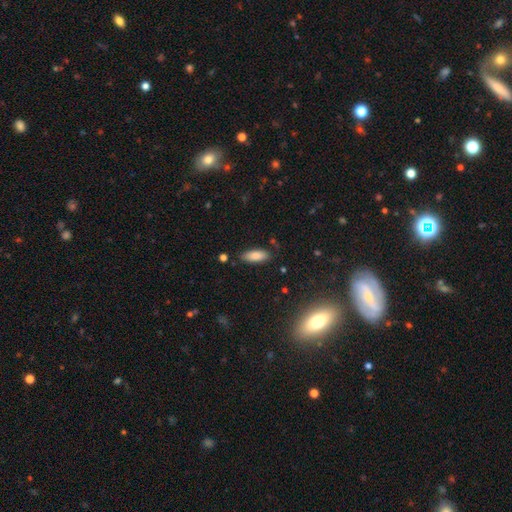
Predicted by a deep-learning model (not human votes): A smooth galaxy with no disk features (84%) that is in between round and cigar-shaped (78%). Merging: none (82%).